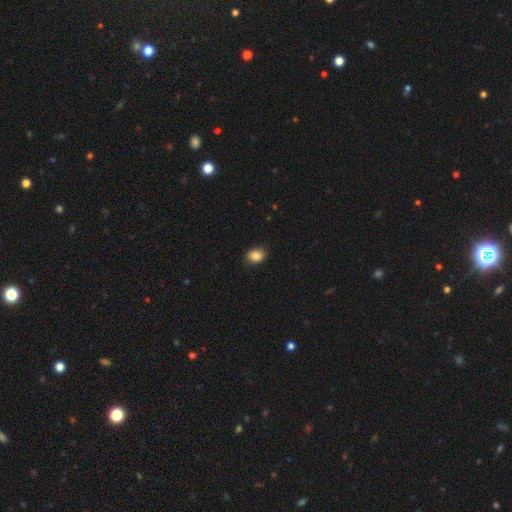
A smooth galaxy with no disk features (95%) that is round (69%). Merging: none (86%).